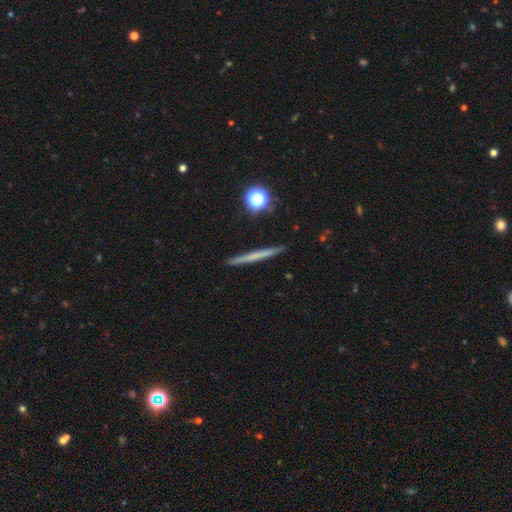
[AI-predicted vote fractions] Smooth or featured?
  - smooth: 52% *
  - featured or disk: 40%
  - star or artifact: 8%
How rounded?
  - cigar-shaped: 96% *
  - round: 2%
  - in between: 2%
Merging?
  - none: 91% *
  - minor disturbance: 6%
  - major disturbance: 1%
  - merger: 1%